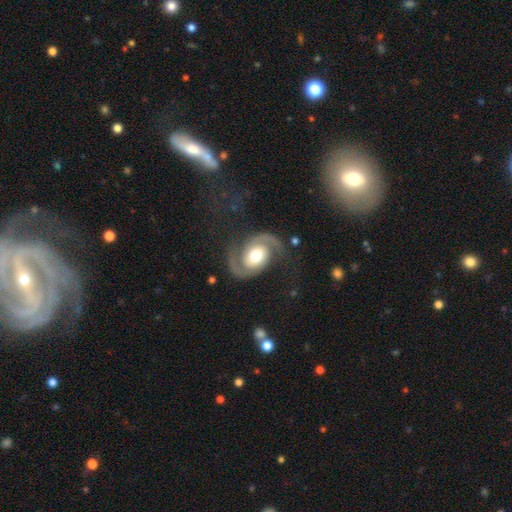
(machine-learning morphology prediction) The model was most divided on "spiral winding": medium: 51%, tight: 25%, loose: 25%. More confident: edge-on disk — no (98%); spiral arms — yes (97%); spiral arm count — 2 (93%); smooth or featured — featured or disk (89%); merging — none (73%); bar — no (66%); bulge size — moderate (66%).